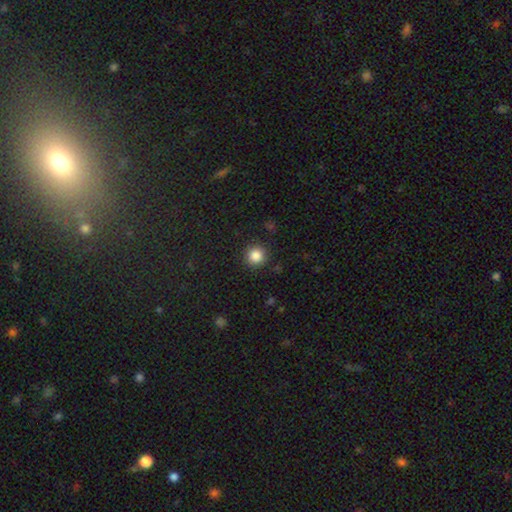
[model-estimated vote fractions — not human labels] The model was most divided on "smooth or featured": smooth: 85%, star or artifact: 11%, featured or disk: 4%. More confident: how rounded — round (94%); merging — none (91%).